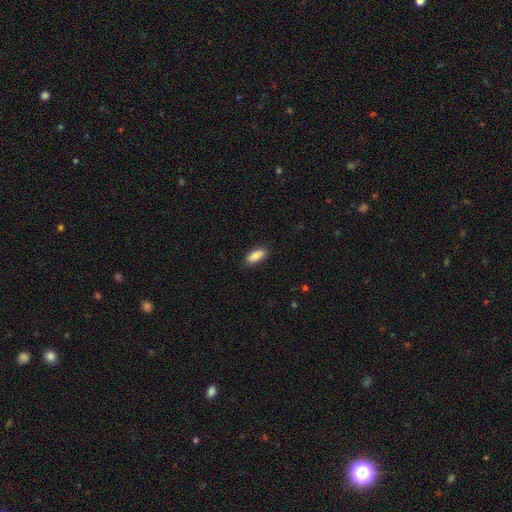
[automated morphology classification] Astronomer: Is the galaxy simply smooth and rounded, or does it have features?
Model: smooth — 86%.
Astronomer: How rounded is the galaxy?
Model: in between — 79%.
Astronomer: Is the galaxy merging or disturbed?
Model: none — 87%.